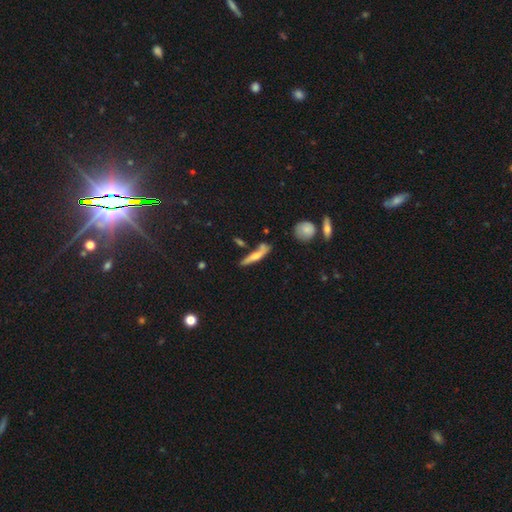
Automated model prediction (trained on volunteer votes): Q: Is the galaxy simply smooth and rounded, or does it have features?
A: smooth — 51%.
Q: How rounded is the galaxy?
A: cigar-shaped — 82%.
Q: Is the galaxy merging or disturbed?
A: none — 56%.